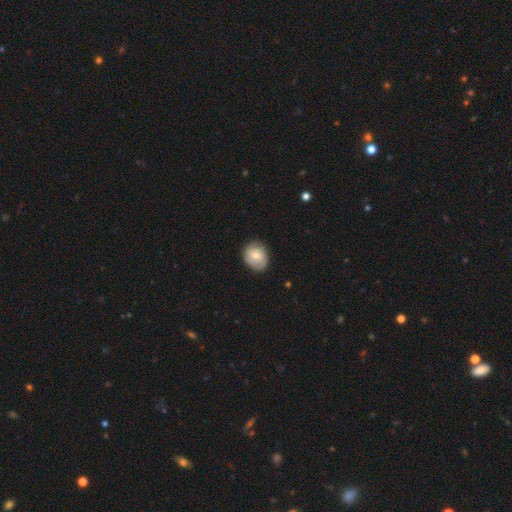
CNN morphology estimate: This is likely a smooth galaxy (61%). How rounded: possibly round (59%). Merging: likely none (77%).